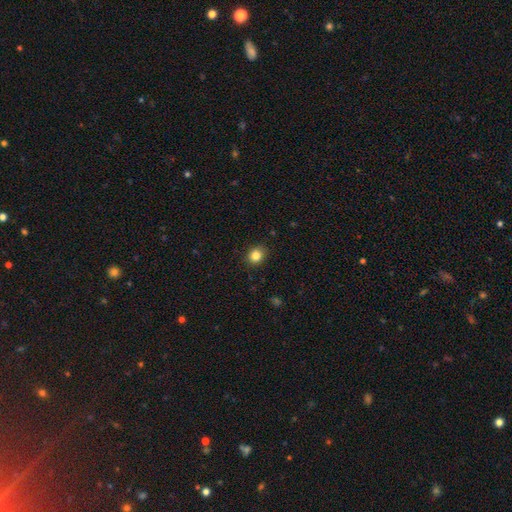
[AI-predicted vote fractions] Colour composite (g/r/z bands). It shows a smooth galaxy with no disk features (84%) that is round (76%). Merging: none (89%).